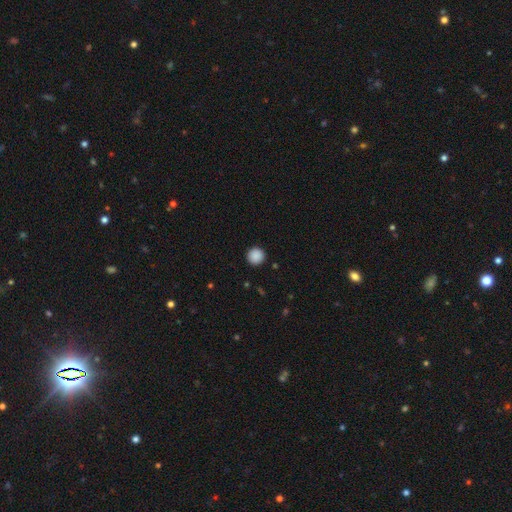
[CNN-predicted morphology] Smooth or featured: smooth — 89% (star or artifact — 9%)
How rounded: round — 95% (in between — 4%)
Merging: none — 93% (minor disturbance — 5%)